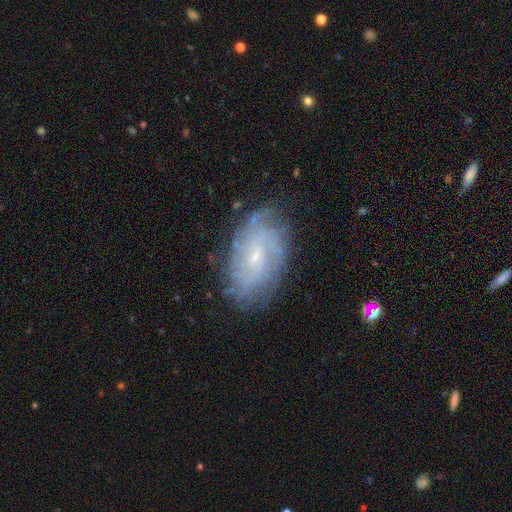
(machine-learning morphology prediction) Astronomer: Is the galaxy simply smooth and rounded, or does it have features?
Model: featured or disk — 76%.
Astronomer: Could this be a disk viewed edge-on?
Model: no — 95%.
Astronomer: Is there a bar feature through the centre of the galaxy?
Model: no — 60%.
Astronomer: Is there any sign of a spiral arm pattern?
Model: yes — 91%.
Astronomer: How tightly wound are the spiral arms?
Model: tight — 62%.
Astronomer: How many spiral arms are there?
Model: can't tell — 49%.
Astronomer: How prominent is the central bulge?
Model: small — 78%.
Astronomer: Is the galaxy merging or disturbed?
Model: none — 75%.